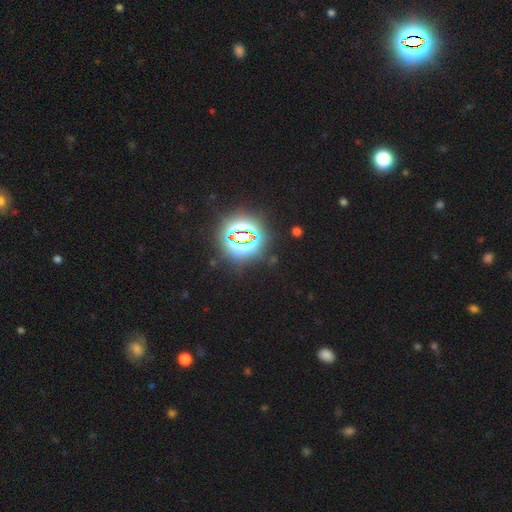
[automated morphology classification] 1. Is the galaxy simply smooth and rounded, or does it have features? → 80% star or artifact, 14% smooth, 6% featured or disk.